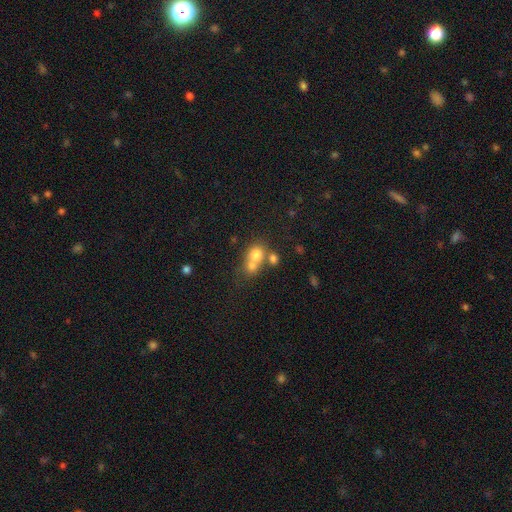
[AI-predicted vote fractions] A smooth galaxy with no disk features (72%) that is round (75%).

Vote fractions:
- Smooth or featured? smooth: 72% / featured or disk: 15% / star or artifact: 13%
- How rounded? round: 75% / in between: 23% / cigar-shaped: 1%
- Merging? merger: 55% / none: 34% / minor disturbance: 7% / major disturbance: 4%